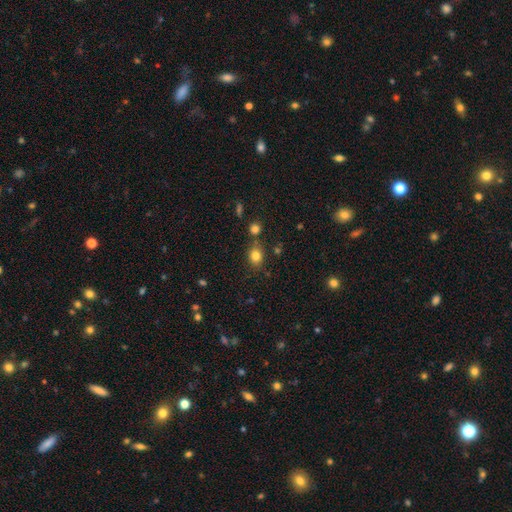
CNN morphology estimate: Smooth or featured: smooth — 82% (star or artifact — 12%)
How rounded: in between — 50% (round — 48%)
Merging: none — 73% (minor disturbance — 12%)